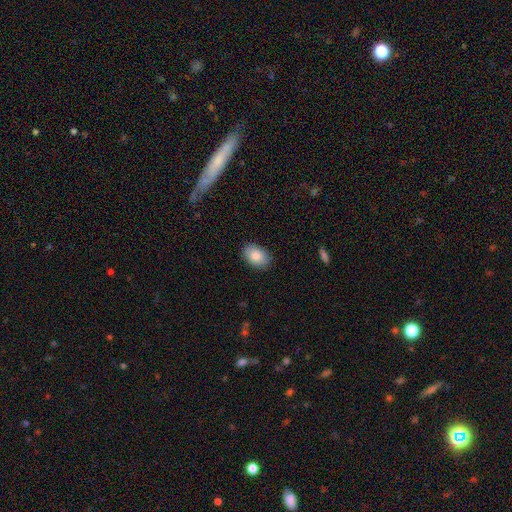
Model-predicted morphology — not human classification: Q: Smooth or featured?
A: smooth (84%); runner-up: featured or disk (9%)
Q: How rounded?
A: in between (83%); runner-up: round (16%)
Q: Merging?
A: none (87%); runner-up: minor disturbance (10%)